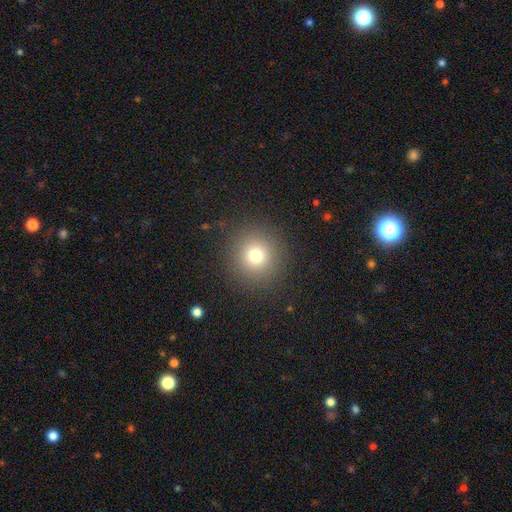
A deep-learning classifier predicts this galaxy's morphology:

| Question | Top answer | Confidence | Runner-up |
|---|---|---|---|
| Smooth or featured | smooth | 74% | star or artifact (16%) |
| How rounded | round | 95% | in between (4%) |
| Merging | none | 89% | minor disturbance (6%) |